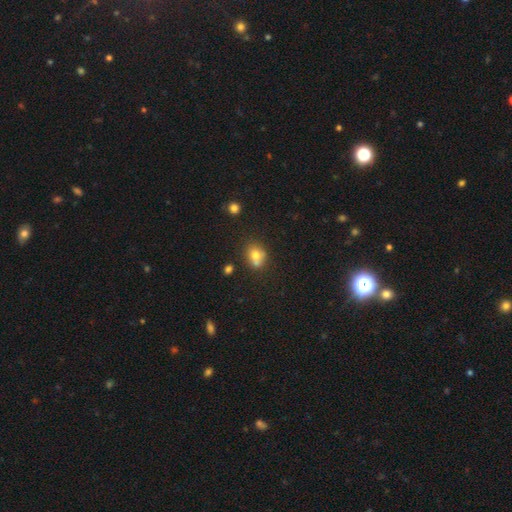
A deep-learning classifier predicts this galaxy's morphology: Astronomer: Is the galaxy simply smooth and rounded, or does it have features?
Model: smooth — 72%.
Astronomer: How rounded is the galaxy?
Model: round — 58% (runner-up: in between, 41%).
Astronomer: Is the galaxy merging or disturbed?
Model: none — 44% (runner-up: merger, 33%).